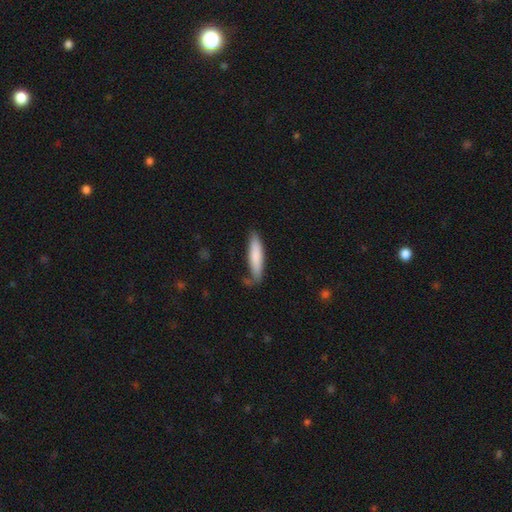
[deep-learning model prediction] Smooth or featured: smooth — 81% (featured or disk — 14%)
How rounded: cigar-shaped — 77% (in between — 21%)
Merging: none — 71% (minor disturbance — 20%)